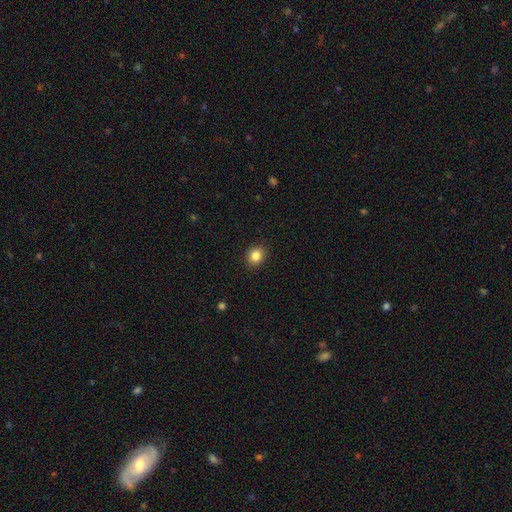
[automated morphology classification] Q: Smooth or featured?
A: smooth (85%); runner-up: star or artifact (10%)
Q: How rounded?
A: round (73%); runner-up: in between (27%)
Q: Merging?
A: none (91%); runner-up: minor disturbance (7%)